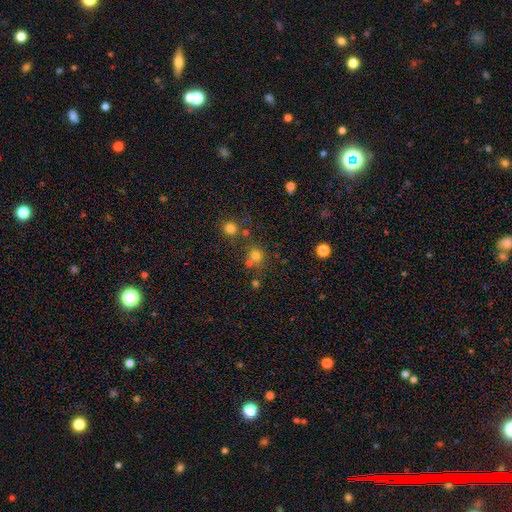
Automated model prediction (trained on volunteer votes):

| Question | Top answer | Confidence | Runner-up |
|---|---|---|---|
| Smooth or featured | smooth | 73% | star or artifact (19%) |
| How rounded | round | 86% | in between (13%) |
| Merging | none | 67% | merger (19%) |